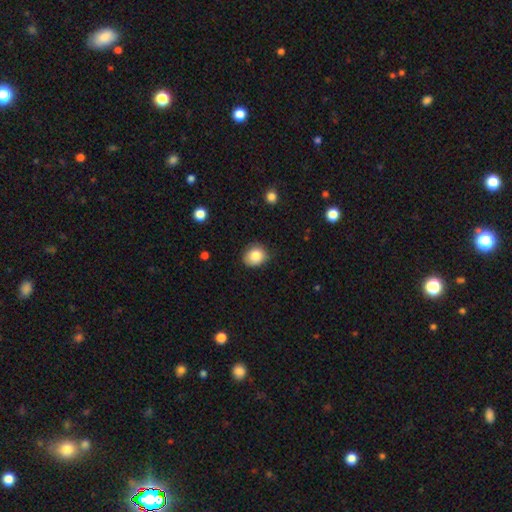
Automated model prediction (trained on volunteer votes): Q: Smooth or featured?
A: smooth (83%); runner-up: star or artifact (9%)
Q: How rounded?
A: round (69%); runner-up: in between (30%)
Q: Merging?
A: none (78%); runner-up: minor disturbance (17%)